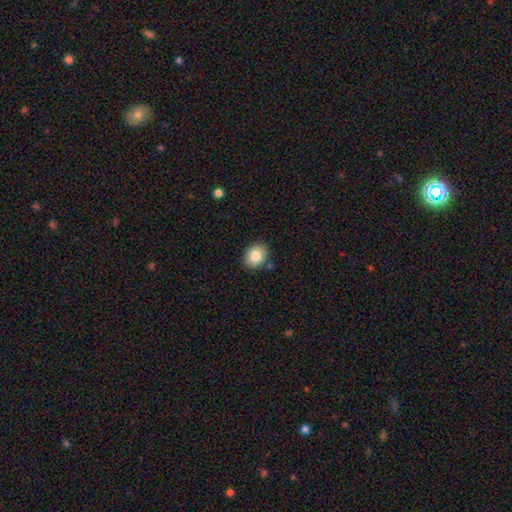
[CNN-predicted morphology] This appears to be a smooth galaxy with no disk features (83%) that is round (52%). Merging: none (85%).